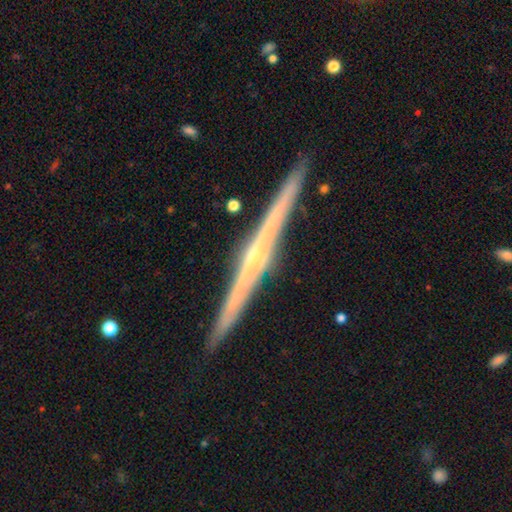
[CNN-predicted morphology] Q: Smooth or featured?
A: featured or disk (85%); runner-up: smooth (10%)
Q: Edge-on disk?
A: yes (99%); runner-up: no (1%)
Q: Edge-on bulge?
A: rounded (73%); runner-up: none (20%)
Q: Merging?
A: none (92%); runner-up: minor disturbance (6%)